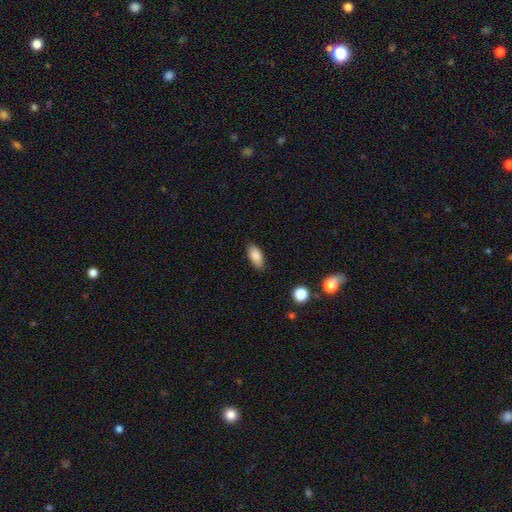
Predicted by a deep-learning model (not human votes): Smooth or featured: smooth — 85% (star or artifact — 8%)
How rounded: in between — 87% (cigar-shaped — 10%)
Merging: none — 83% (minor disturbance — 14%)